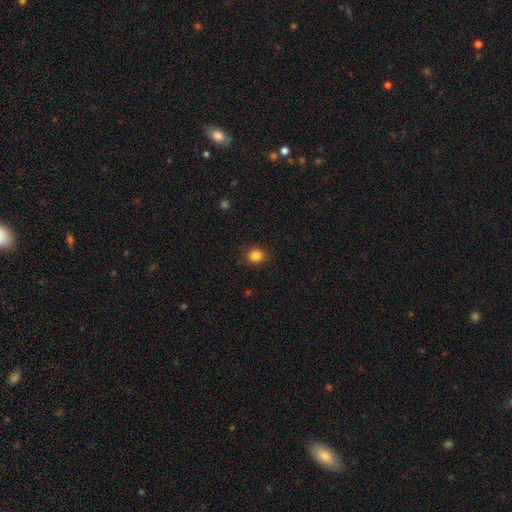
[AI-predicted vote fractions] This appears to be a smooth galaxy with no disk features (84%) that is round (73%). Merging: none (87%).